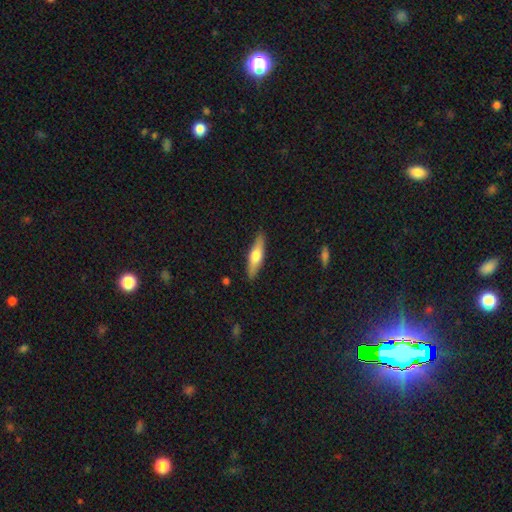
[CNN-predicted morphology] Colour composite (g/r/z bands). It shows a smooth galaxy with no disk features (54%) that is cigar-shaped (68%). Merging: none (88%).